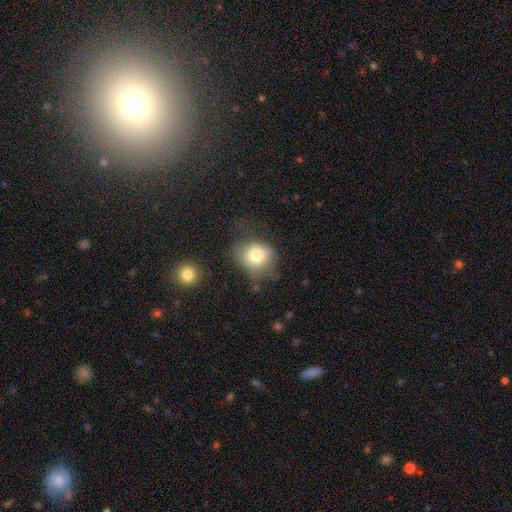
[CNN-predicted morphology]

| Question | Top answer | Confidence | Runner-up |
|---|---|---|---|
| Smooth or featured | smooth | 75% | featured or disk (15%) |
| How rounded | round | 62% | in between (37%) |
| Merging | none | 49% | minor disturbance (28%) |